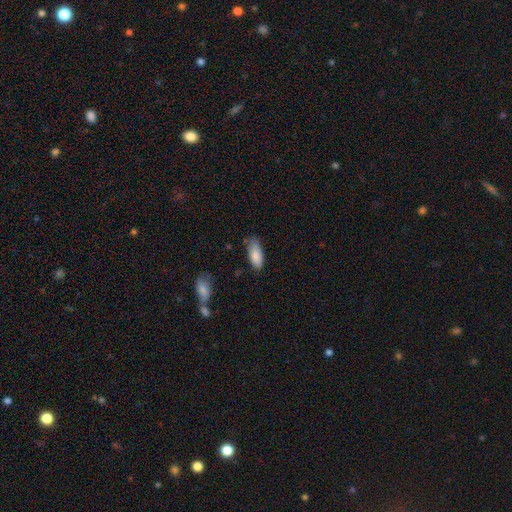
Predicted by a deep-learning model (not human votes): This appears to be a smooth galaxy with no disk features (86%) that is in between round and cigar-shaped (82%). Merging: none (66%).